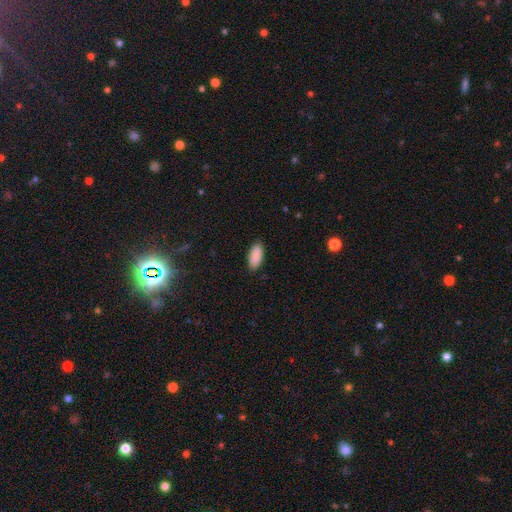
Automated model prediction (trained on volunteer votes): A smooth galaxy with no disk features (91%) that is in between round and cigar-shaped (89%). Merging: none (88%).